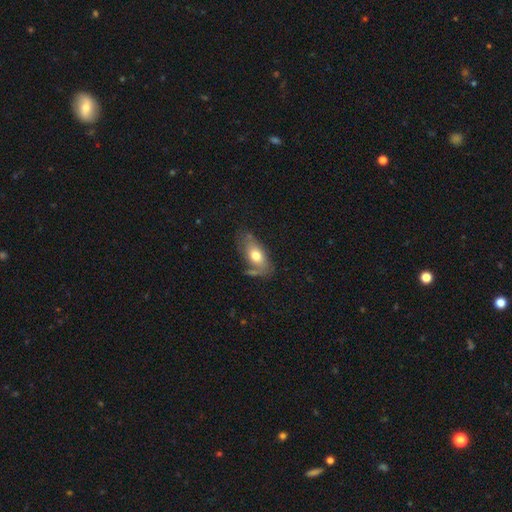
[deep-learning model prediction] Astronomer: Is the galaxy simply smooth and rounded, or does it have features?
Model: smooth — 66%.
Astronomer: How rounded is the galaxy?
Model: in between — 88%.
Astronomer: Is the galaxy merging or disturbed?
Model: none — 54%.